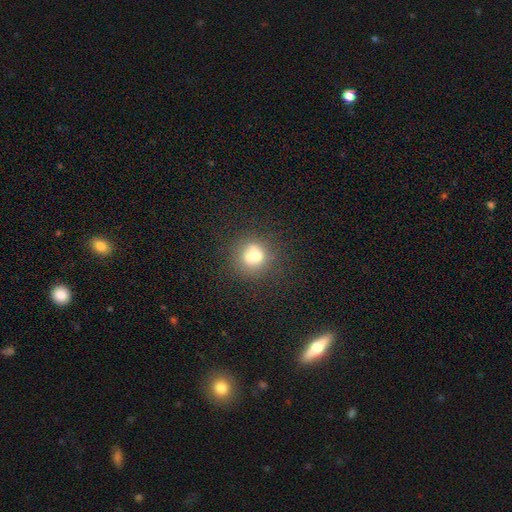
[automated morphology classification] type=smooth (64%); roundness=round (86%); merging=none (44%).